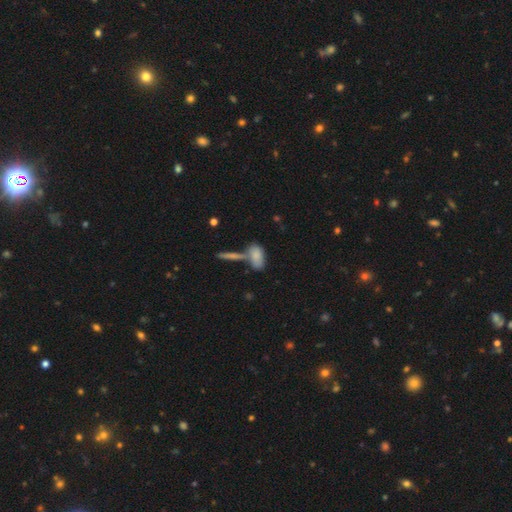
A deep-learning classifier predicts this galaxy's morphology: smooth_or_featured: smooth (p=0.79) [alt: featured or disk p=0.14]
how_rounded: in between (p=0.84) [alt: cigar-shaped p=0.12]
merging: none (p=0.42) [alt: merger p=0.38]